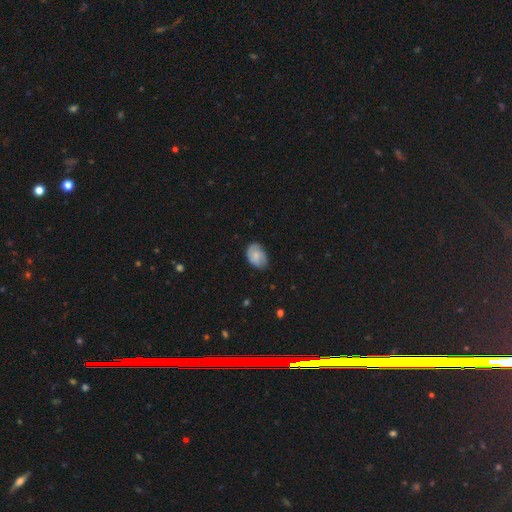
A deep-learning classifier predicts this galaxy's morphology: This appears to be a smooth galaxy with no disk features (57%) that is in between round and cigar-shaped (83%). Merging: none (72%).